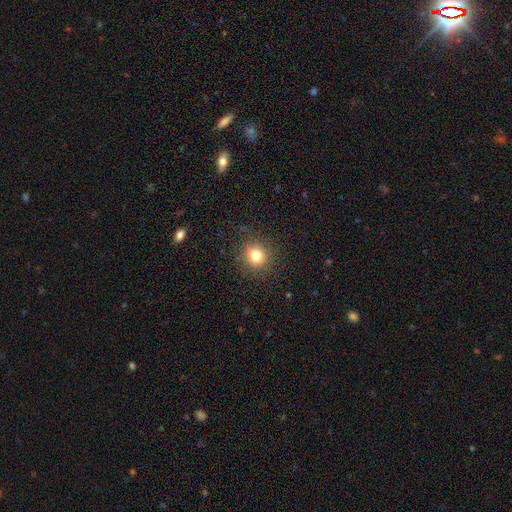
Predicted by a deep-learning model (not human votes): smooth_or_featured: smooth (p=0.79) [alt: star or artifact p=0.14]
how_rounded: round (p=0.88) [alt: in between p=0.11]
merging: none (p=0.87) [alt: minor disturbance p=0.09]